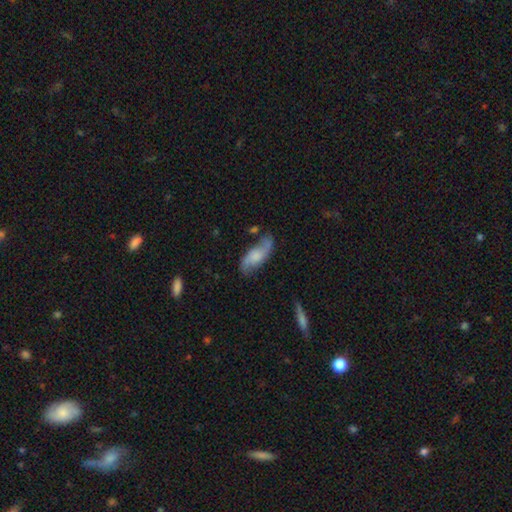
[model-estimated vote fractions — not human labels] smooth-or-featured: featured or disk: 54% | smooth: 39% | star or artifact: 7%
  disk-edge-on: no: 89% | yes: 11%
  merging: none: 61% | minor disturbance: 24% | major disturbance: 9% | merger: 6%